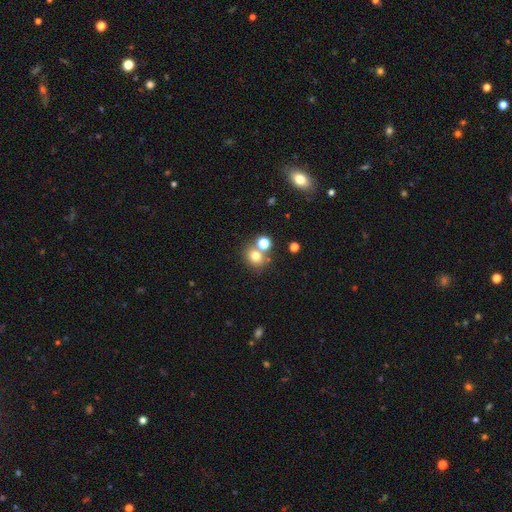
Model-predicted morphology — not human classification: Smooth or featured? smooth (73%)
How rounded? round (80%)
Merging? none (62%)